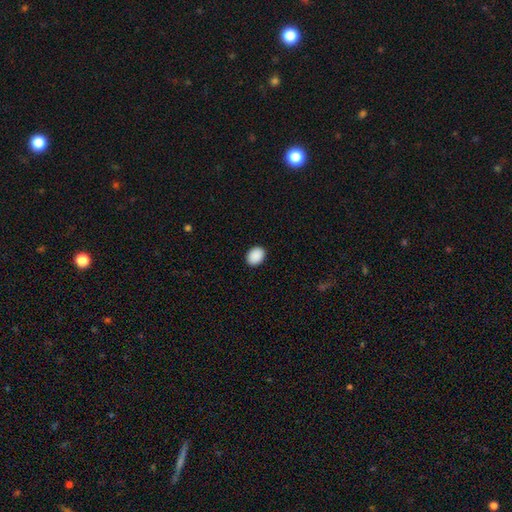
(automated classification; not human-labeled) smooth 91%, star or artifact 7%, featured or disk 2%. Down the decision tree: how rounded — in between (65%); merging — none (91%).